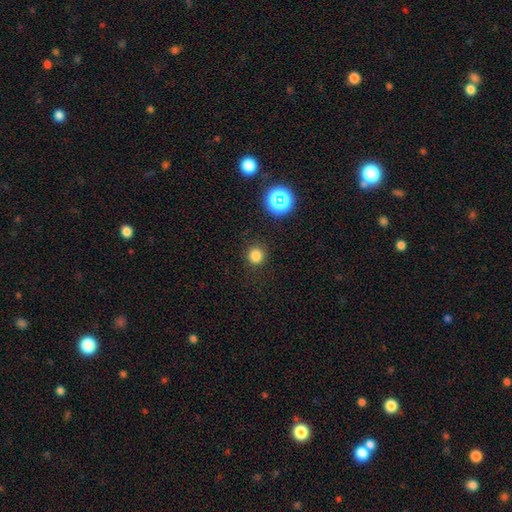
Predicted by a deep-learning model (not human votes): Smooth or featured?
  - smooth: 79% *
  - star or artifact: 16%
  - featured or disk: 5%
How rounded?
  - round: 90% *
  - in between: 9%
  - cigar-shaped: 1%
Merging?
  - none: 88% *
  - minor disturbance: 7%
  - major disturbance: 3%
  - merger: 1%